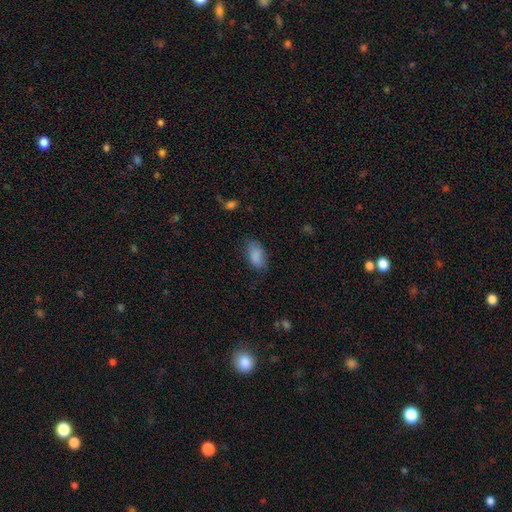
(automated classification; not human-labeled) Smooth or featured? smooth (86%)
How rounded? in between (92%)
Merging? none (70%)